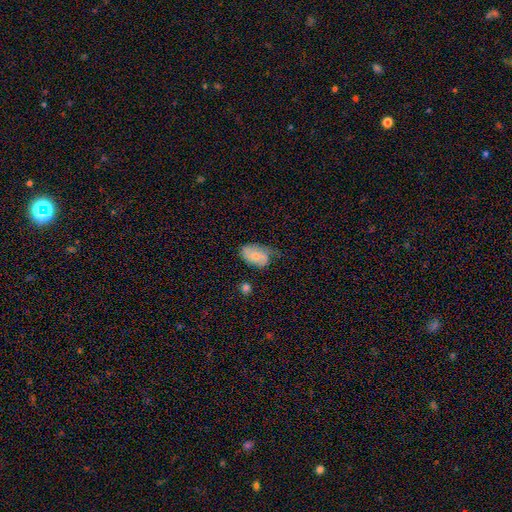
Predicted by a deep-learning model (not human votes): The model was most divided on "merging": none: 44%, minor disturbance: 38%, major disturbance: 15%, merger: 3%. More confident: how rounded — in between (87%); smooth or featured — smooth (60%).